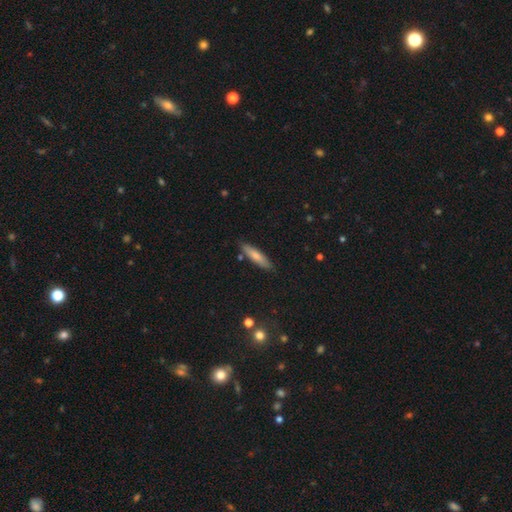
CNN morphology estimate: Smooth or featured?
  - smooth: 72% *
  - featured or disk: 21%
  - star or artifact: 6%
How rounded?
  - cigar-shaped: 76% *
  - in between: 23%
  - round: 2%
Merging?
  - none: 83% *
  - minor disturbance: 12%
  - merger: 3%
  - major disturbance: 2%